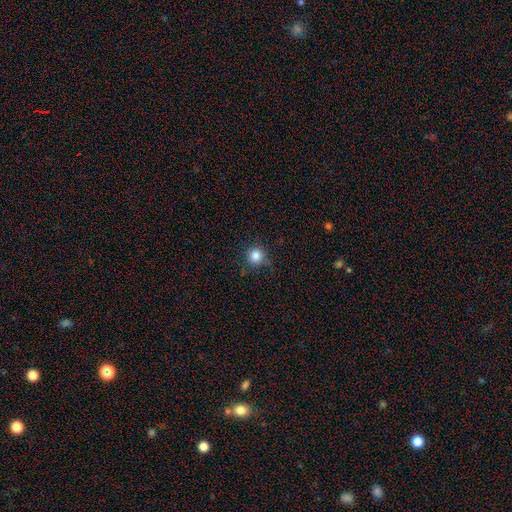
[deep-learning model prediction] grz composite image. It shows a smooth galaxy with no disk features (84%) that is round (93%). Merging: none (80%).